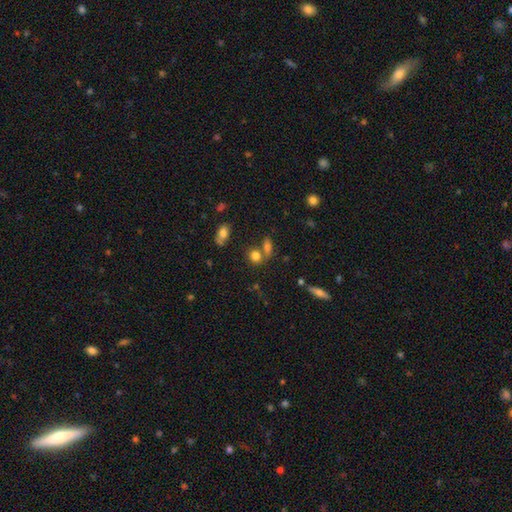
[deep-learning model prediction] Smooth or featured? Predicted: smooth (p=0.78). How rounded? Predicted: round (p=0.54). Merging? Predicted: none (p=0.54).